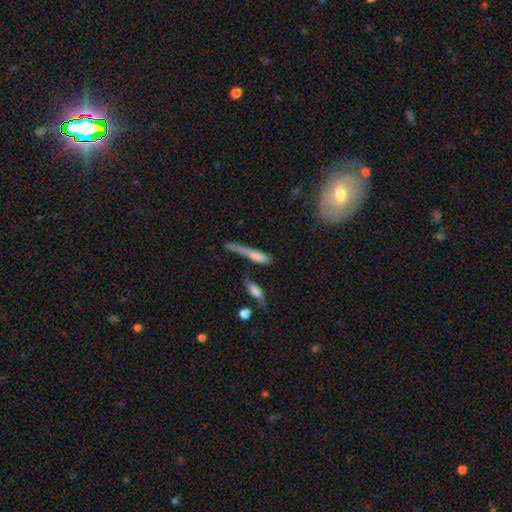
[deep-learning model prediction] smooth-or-featured: smooth: 63% | featured or disk: 27% | star or artifact: 9%
  how-rounded: cigar-shaped: 85% | in between: 12% | round: 3%
  merging: none: 43% | minor disturbance: 21% | merger: 21% | major disturbance: 15%